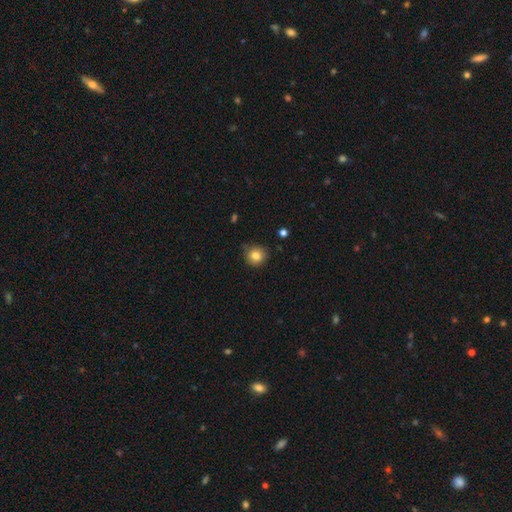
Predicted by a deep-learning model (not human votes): smooth-or-featured: smooth: 82% | star or artifact: 11% | featured or disk: 7%
  how-rounded: round: 89% | in between: 10% | cigar-shaped: 1%
  merging: none: 77% | minor disturbance: 18% | major disturbance: 3% | merger: 2%